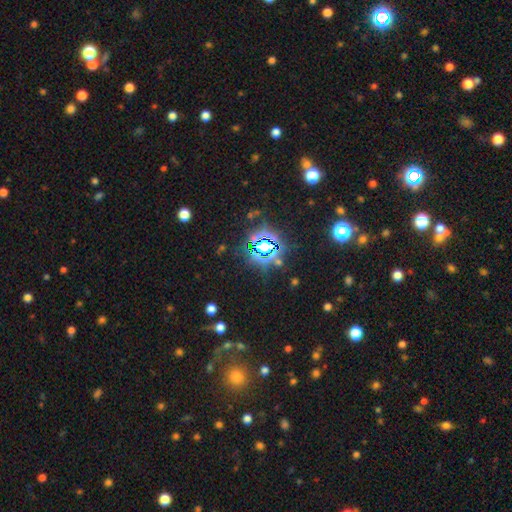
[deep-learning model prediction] Smooth or featured: star or artifact — 75% (smooth — 18%)